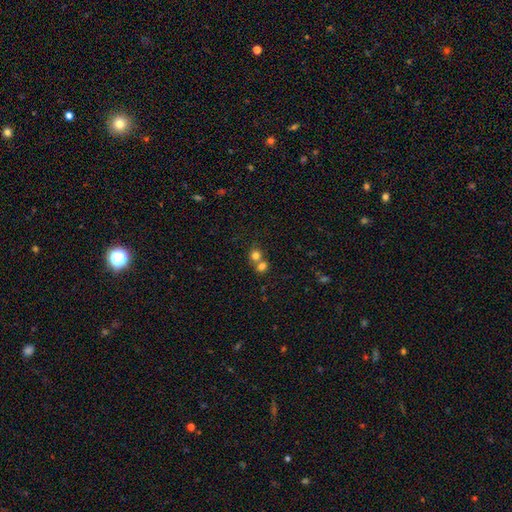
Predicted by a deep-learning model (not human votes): Smooth or featured?
  - smooth: 77% *
  - star or artifact: 12%
  - featured or disk: 11%
How rounded?
  - round: 82% *
  - in between: 17%
  - cigar-shaped: 1%
Merging?
  - merger: 56% *
  - none: 37%
  - minor disturbance: 5%
  - major disturbance: 2%